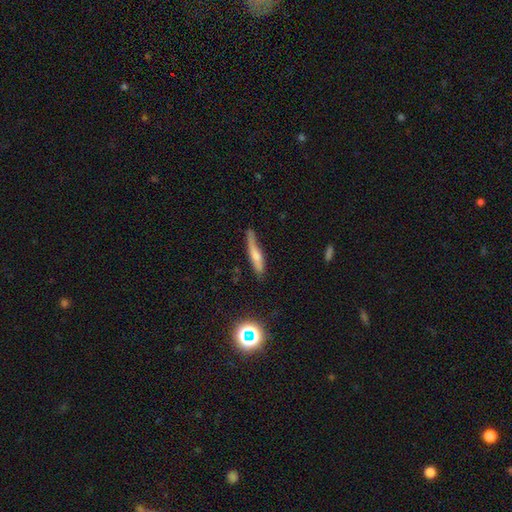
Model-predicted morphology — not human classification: smooth_or_featured: smooth (p=0.57) [alt: featured or disk p=0.33]
how_rounded: cigar-shaped (p=0.86) [alt: in between p=0.11]
merging: none (p=0.58) [alt: minor disturbance p=0.29]